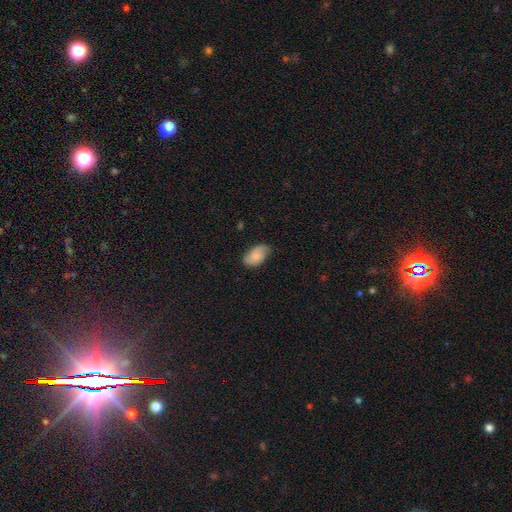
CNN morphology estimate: A smooth galaxy with no disk features (72%) that is in between round and cigar-shaped (94%).

Vote fractions:
- Smooth or featured? smooth: 72% / featured or disk: 20% / star or artifact: 7%
- How rounded? in between: 94% / round: 5% / cigar-shaped: 2%
- Merging? none: 70% / minor disturbance: 24% / major disturbance: 5% / merger: 1%